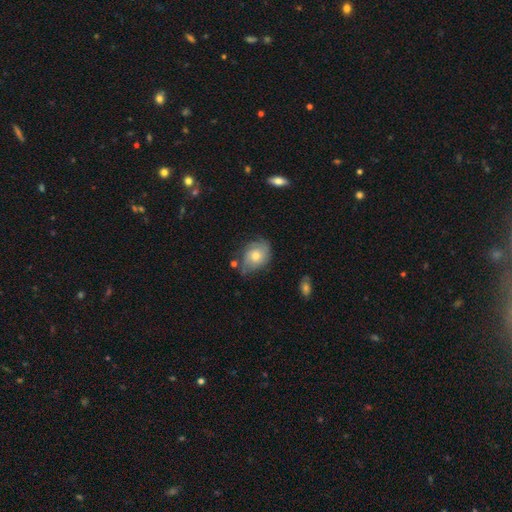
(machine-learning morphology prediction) Smooth or featured: smooth — 52% (featured or disk — 40%)
How rounded: in between — 60% (round — 39%)
Merging: none — 55% (minor disturbance — 32%)